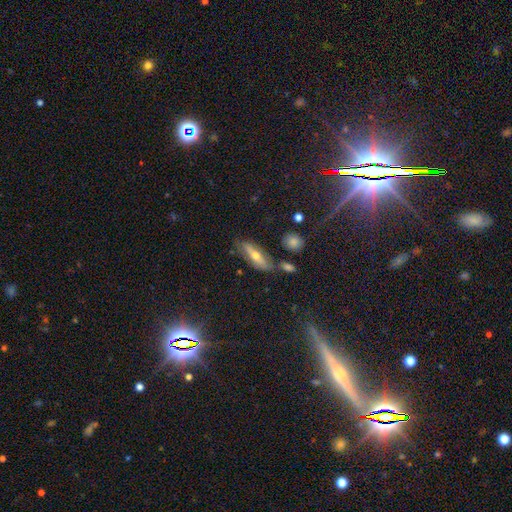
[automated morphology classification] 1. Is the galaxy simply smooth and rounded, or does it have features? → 45% featured or disk, 44% smooth, 11% star or artifact.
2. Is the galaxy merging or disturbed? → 71% none, 17% minor disturbance, 7% merger, 5% major disturbance.